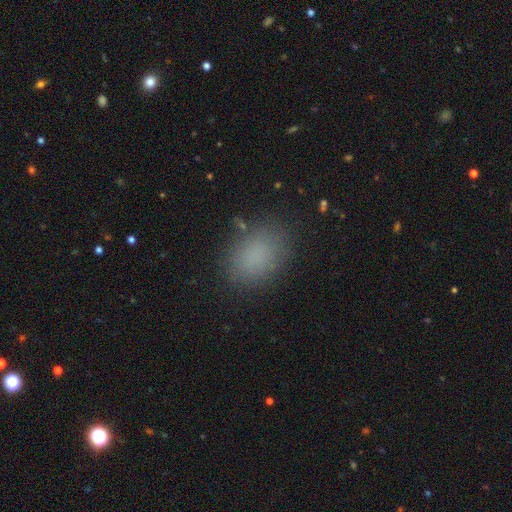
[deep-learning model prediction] This is clearly a smooth galaxy (83%). How rounded: likely in between (76%). Merging: clearly none (84%).